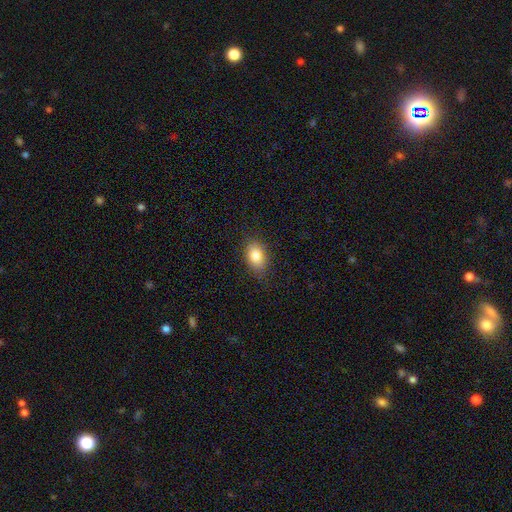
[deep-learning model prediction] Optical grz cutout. It shows a smooth galaxy with no disk features (83%) that is in between round and cigar-shaped (83%). Merging: none (83%).